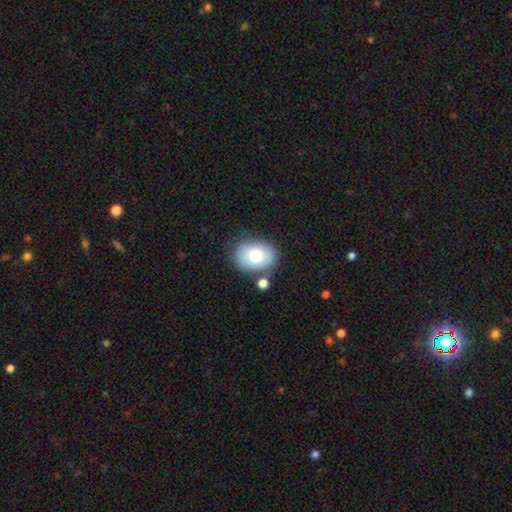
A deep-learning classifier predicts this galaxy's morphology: The model was most divided on "how rounded": in between: 69%, round: 30%, cigar-shaped: 1%. More confident: smooth or featured — smooth (75%); merging — none (73%).